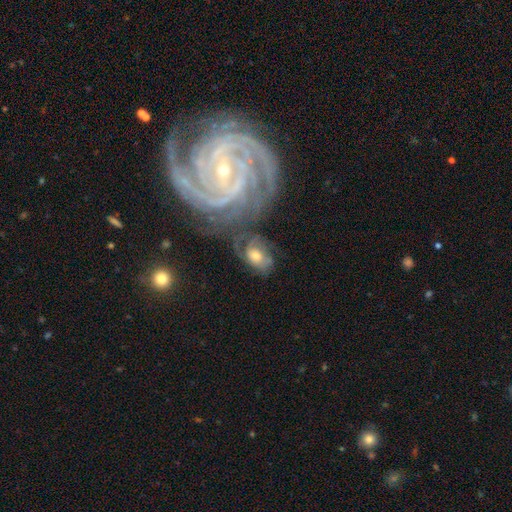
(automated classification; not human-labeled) Smooth or featured?
  - featured or disk: 64% *
  - smooth: 27%
  - star or artifact: 8%
Edge-on disk?
  - no: 96% *
  - yes: 4%
Bar?
  - no: 66% *
  - weak: 26%
  - strong: 7%
Spiral arms?
  - yes: 83% *
  - no: 17%
Spiral winding?
  - tight: 56% *
  - medium: 33%
  - loose: 10%
Spiral arm count?
  - can't tell: 39% *
  - 2: 25%
  - 3: 18%
  - 1: 7%
  - 4: 7%
  - more than 4: 5%
Bulge size?
  - moderate: 55% *
  - small: 27%
  - large: 12%
  - none: 4%
  - dominant: 2%
Merging?
  - none: 42% *
  - merger: 22%
  - minor disturbance: 19%
  - major disturbance: 16%